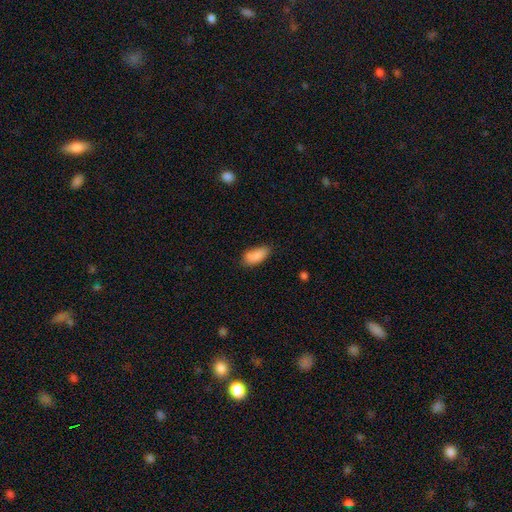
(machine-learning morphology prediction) smooth-or-featured: smooth: 87% | star or artifact: 7% | featured or disk: 6%
  how-rounded: in between: 89% | cigar-shaped: 9% | round: 2%
  merging: none: 67% | minor disturbance: 26% | major disturbance: 5% | merger: 2%